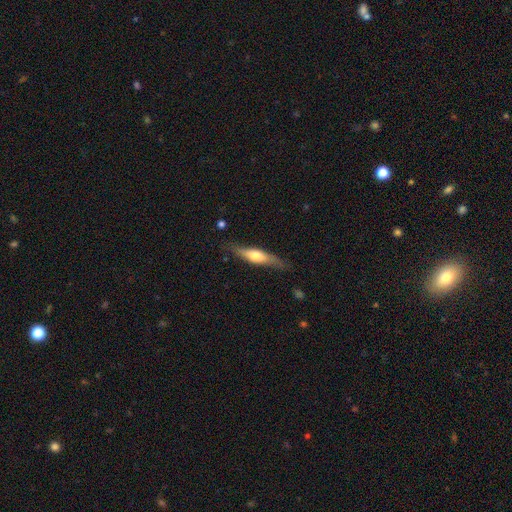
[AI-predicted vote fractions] smooth_or_featured: featured or disk (p=0.51) [alt: smooth p=0.43]
disk_edge_on: yes (p=0.90) [alt: no p=0.10]
merging: none (p=0.78) [alt: minor disturbance p=0.16]